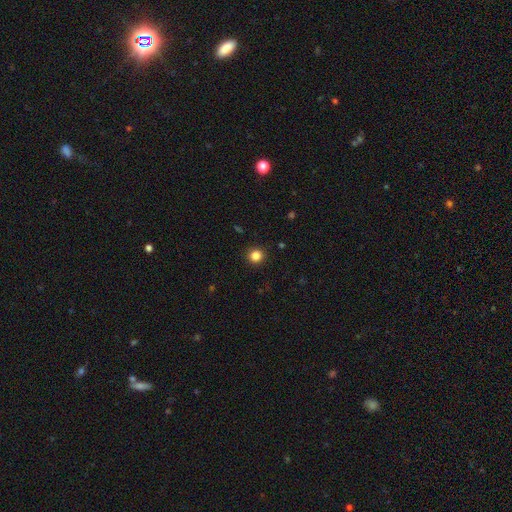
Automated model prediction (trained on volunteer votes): smooth 84%, star or artifact 12%, featured or disk 4%. Down the decision tree: how rounded — round (93%); merging — none (92%).